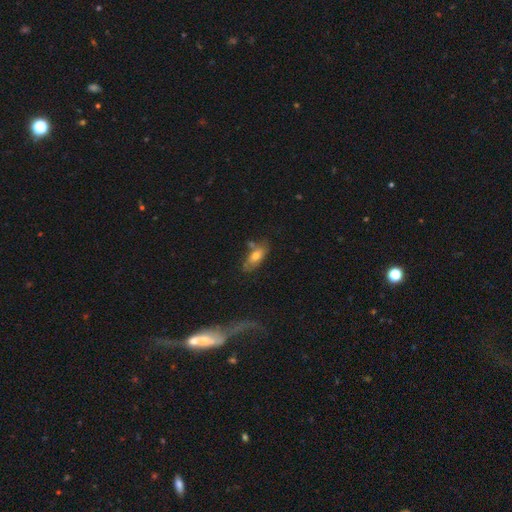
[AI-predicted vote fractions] The model was most divided on "smooth or featured": smooth: 60%, featured or disk: 32%, star or artifact: 8%. More confident: how rounded — in between (79%); merging — none (58%).